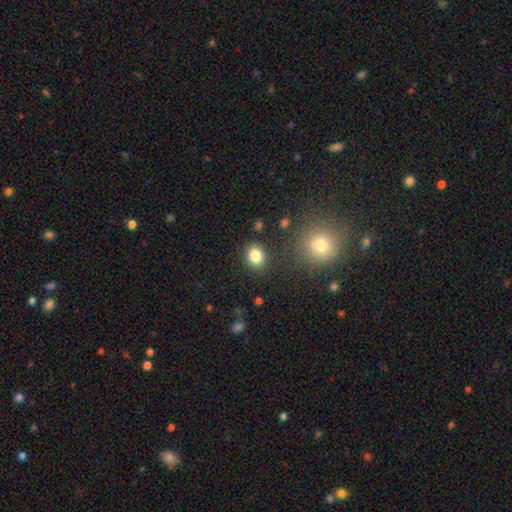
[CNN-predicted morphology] A smooth galaxy with no disk features (84%) that is round (56%).

Vote fractions:
- Smooth or featured? smooth: 84% / star or artifact: 10% / featured or disk: 6%
- How rounded? round: 56% / in between: 43% / cigar-shaped: 1%
- Merging? none: 85% / minor disturbance: 9% / major disturbance: 3% / merger: 3%